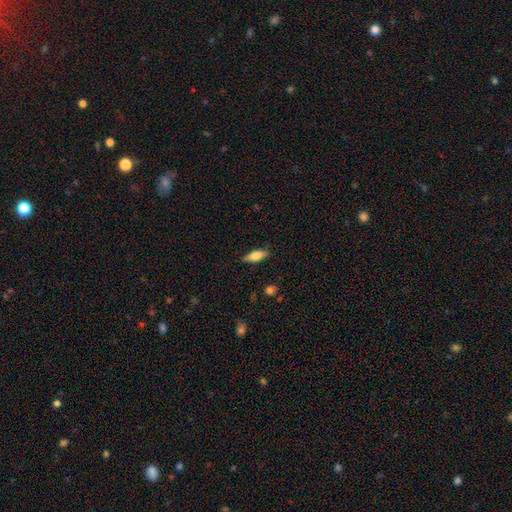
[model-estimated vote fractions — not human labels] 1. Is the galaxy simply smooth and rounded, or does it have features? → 74% smooth, 19% featured or disk, 7% star or artifact.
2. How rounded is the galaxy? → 70% in between, 28% cigar-shaped, 3% round.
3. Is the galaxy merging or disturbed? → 83% none, 13% minor disturbance, 3% major disturbance, 1% merger.